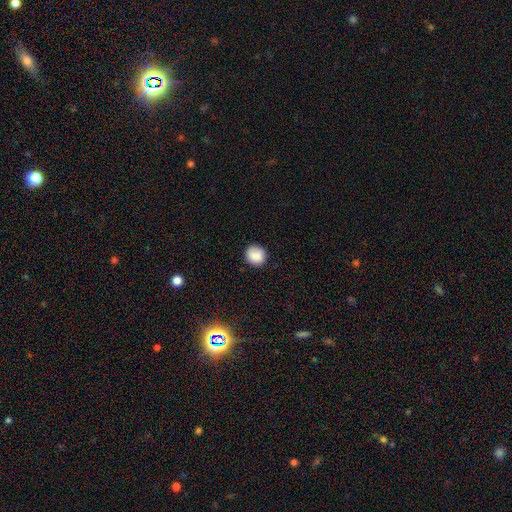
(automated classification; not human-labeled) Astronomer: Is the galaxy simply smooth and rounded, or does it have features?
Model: smooth — 87%.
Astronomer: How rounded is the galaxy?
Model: round — 88%.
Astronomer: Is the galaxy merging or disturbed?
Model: none — 87%.